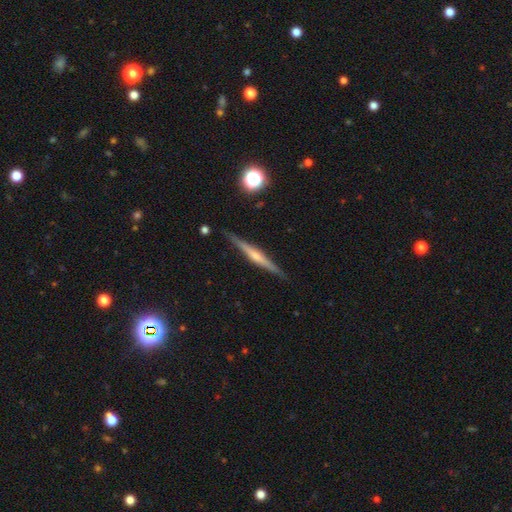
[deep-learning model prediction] Overall: featured or disk (69%). Edge-on disk: yes (98%). Edge-on bulge: rounded (65%). Merging: none (89%).